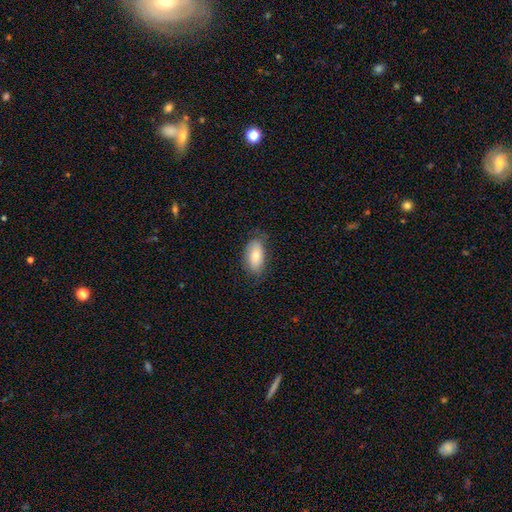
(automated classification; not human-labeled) A smooth galaxy with no disk features (77%) that is in between round and cigar-shaped (93%).

Vote fractions:
- Smooth or featured? smooth: 77% / featured or disk: 17% / star or artifact: 7%
- How rounded? in between: 93% / round: 4% / cigar-shaped: 4%
- Merging? none: 73% / minor disturbance: 21% / major disturbance: 4% / merger: 1%